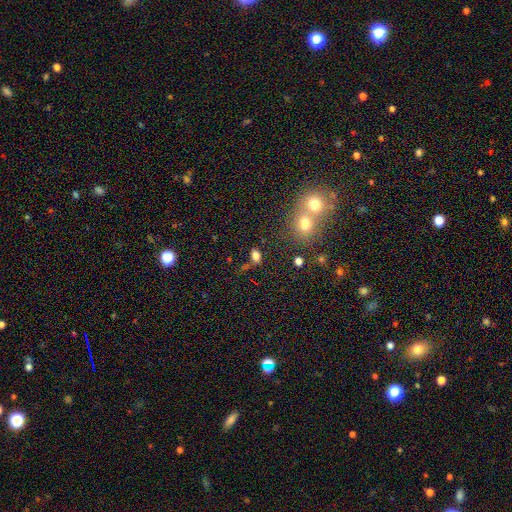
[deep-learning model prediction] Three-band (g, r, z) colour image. It shows a smooth galaxy with no disk features (78%) that is in between round and cigar-shaped (82%). Merging: none (59%).